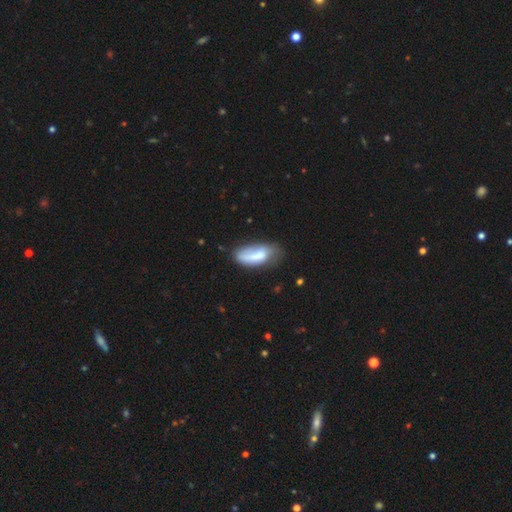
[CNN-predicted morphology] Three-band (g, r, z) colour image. It shows a smooth galaxy with no disk features (67%) that is in between round and cigar-shaped (82%). Merging: none (42%).